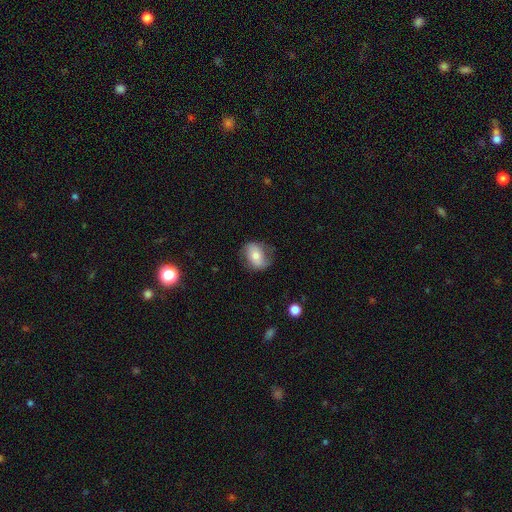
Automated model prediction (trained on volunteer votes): A smooth galaxy with no disk features (57%) that is in between round and cigar-shaped (66%). Merging: none (68%).